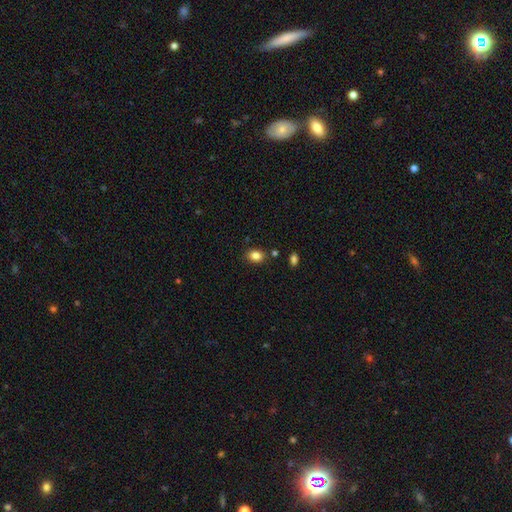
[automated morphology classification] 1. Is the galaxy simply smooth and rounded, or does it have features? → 84% smooth, 10% star or artifact, 5% featured or disk.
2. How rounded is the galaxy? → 69% in between, 30% round, 1% cigar-shaped.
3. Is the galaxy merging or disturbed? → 83% none, 11% minor disturbance, 4% merger, 3% major disturbance.